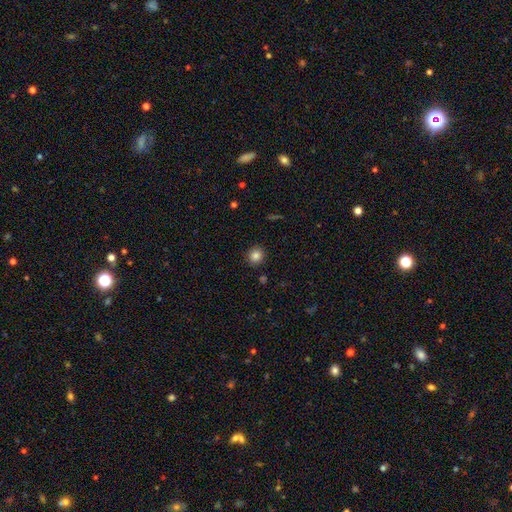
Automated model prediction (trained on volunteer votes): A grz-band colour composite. It shows a smooth galaxy with no disk features (83%) that is round (88%). Merging: none (90%).